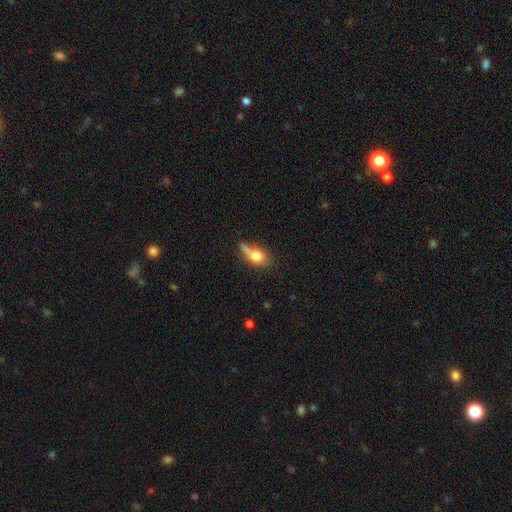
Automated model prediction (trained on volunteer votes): Smooth or featured? Predicted: smooth (p=0.69). How rounded? Predicted: in between (p=0.64). Merging? Predicted: none (p=0.35).